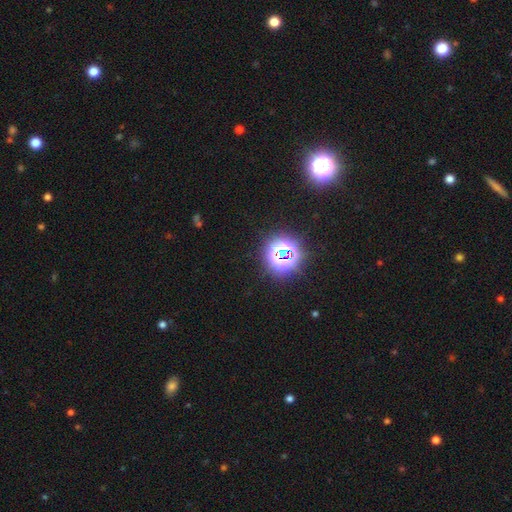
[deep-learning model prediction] Smooth or featured? Predicted: star or artifact (p=0.82).